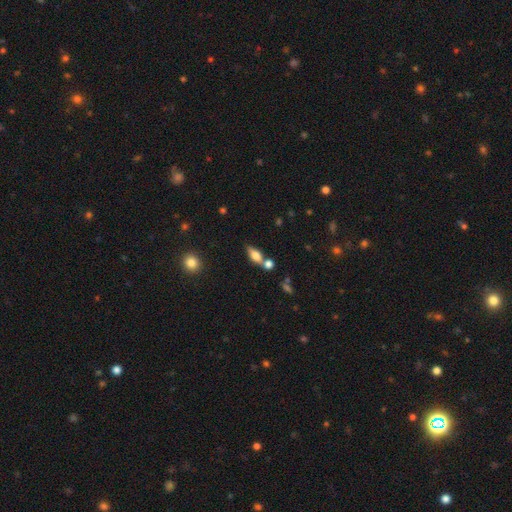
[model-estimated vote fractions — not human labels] This is likely a smooth galaxy (68%). How rounded: likely in between (75%). Merging: possibly none (55%).